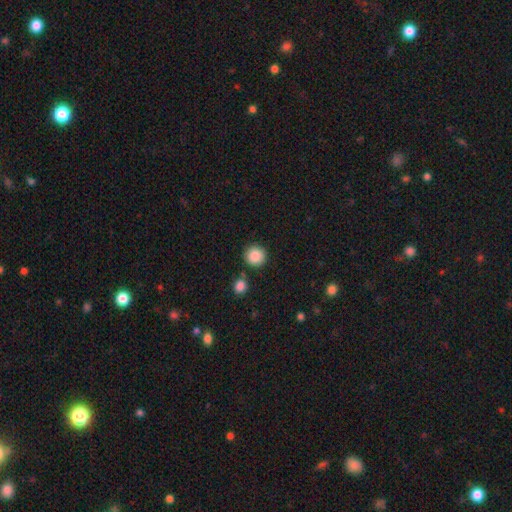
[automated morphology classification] smooth 88%, star or artifact 8%, featured or disk 3%. Down the decision tree: how rounded — round (93%); merging — none (85%).